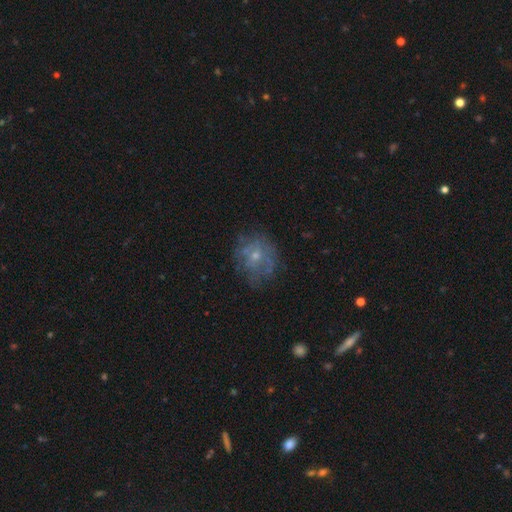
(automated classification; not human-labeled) Smooth or featured? Predicted: featured or disk (p=0.50). Merging? Predicted: none (p=0.62).